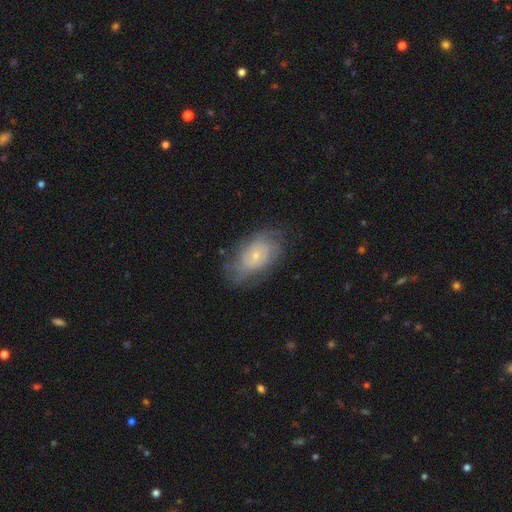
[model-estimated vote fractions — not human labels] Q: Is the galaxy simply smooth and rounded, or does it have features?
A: featured or disk — 58%.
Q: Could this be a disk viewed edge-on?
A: no — 95%.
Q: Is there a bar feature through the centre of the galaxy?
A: no — 81%.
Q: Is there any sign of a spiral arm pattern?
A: yes — 77%.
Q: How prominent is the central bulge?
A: small — 77%.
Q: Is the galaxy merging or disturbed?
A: none — 68%.